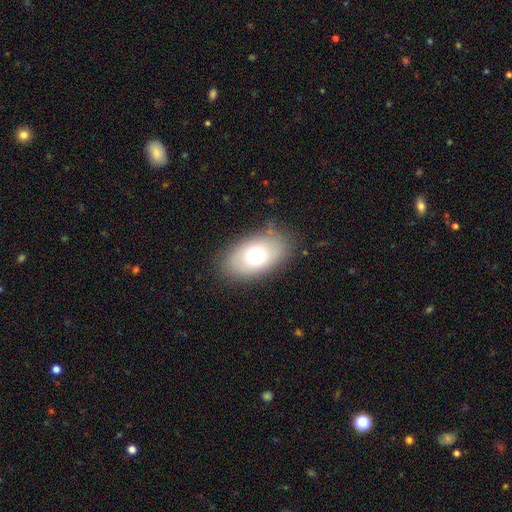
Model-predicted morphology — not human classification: smooth 69%, featured or disk 20%, star or artifact 11%. Down the decision tree: how rounded — in between (88%); merging — none (81%).